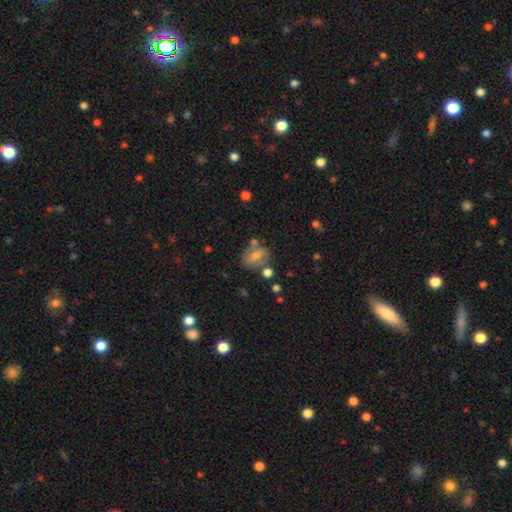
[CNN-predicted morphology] This appears to be a smooth galaxy with no disk features (61%) that is in between round and cigar-shaped (69%). Merging: none (50%).